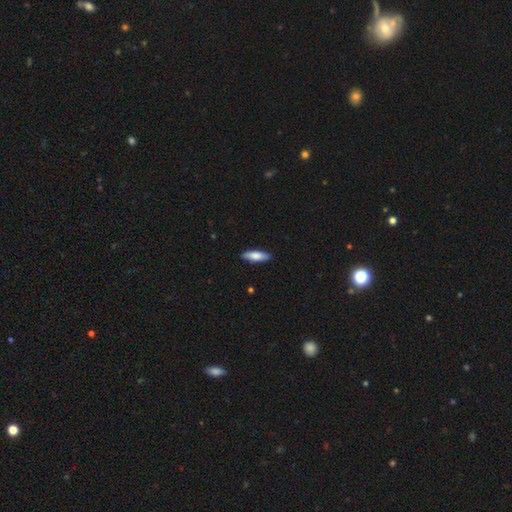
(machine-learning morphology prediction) Smooth or featured? Predicted: smooth (p=0.78). How rounded? Predicted: in between (p=0.52). Merging? Predicted: none (p=0.88).